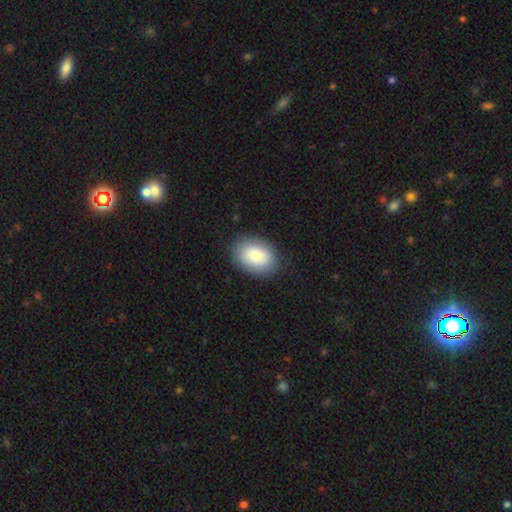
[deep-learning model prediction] Smooth or featured? Predicted: smooth (p=0.87). How rounded? Predicted: in between (p=0.83). Merging? Predicted: none (p=0.86).